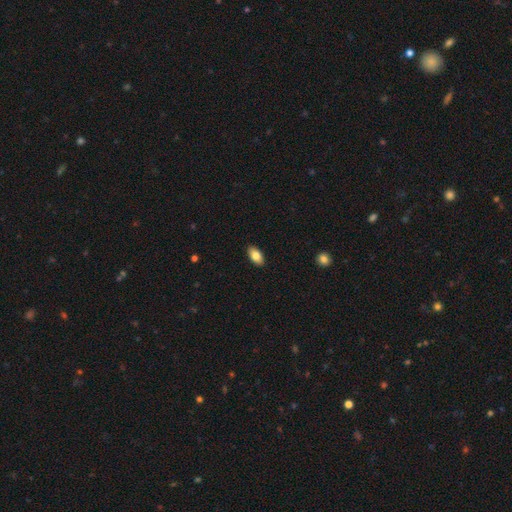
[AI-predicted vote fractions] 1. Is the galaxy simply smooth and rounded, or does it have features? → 82% smooth, 11% featured or disk, 7% star or artifact.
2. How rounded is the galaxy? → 93% in between, 4% cigar-shaped, 3% round.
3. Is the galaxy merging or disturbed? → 90% none, 7% minor disturbance, 2% major disturbance, 1% merger.